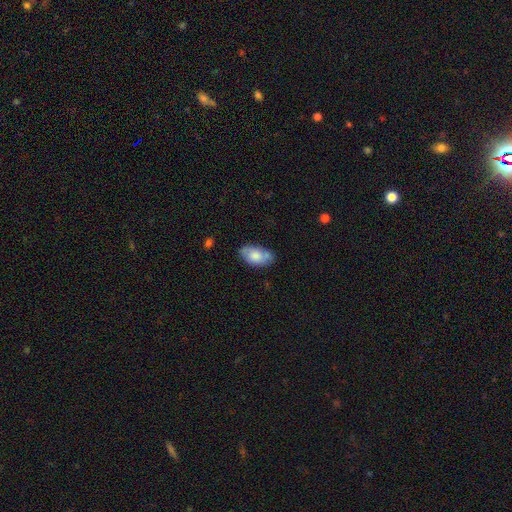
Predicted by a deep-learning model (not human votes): smooth_or_featured: smooth (p=0.74) [alt: featured or disk p=0.20]
how_rounded: in between (p=0.94) [alt: round p=0.04]
merging: none (p=0.66) [alt: minor disturbance p=0.24]